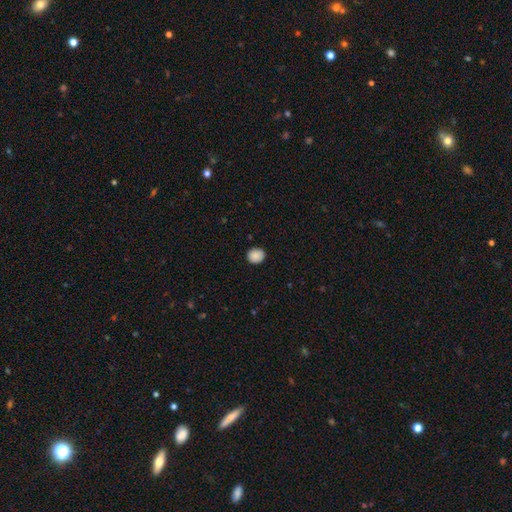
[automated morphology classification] Smooth or featured: smooth — 88% (star or artifact — 8%)
How rounded: round — 71% (in between — 28%)
Merging: none — 88% (minor disturbance — 9%)